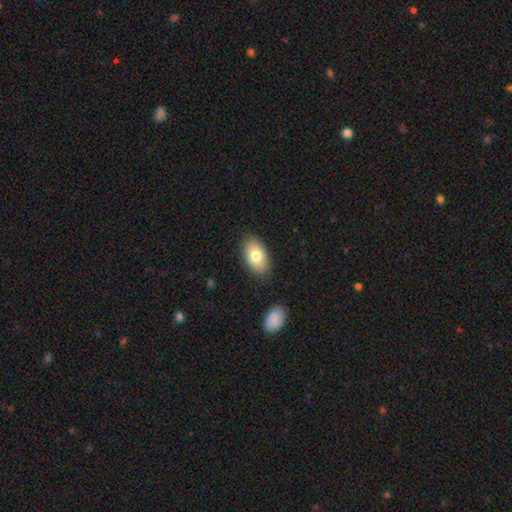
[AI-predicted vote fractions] smooth 77%, featured or disk 16%, star or artifact 7%. Down the decision tree: how rounded — in between (92%); merging — none (85%).